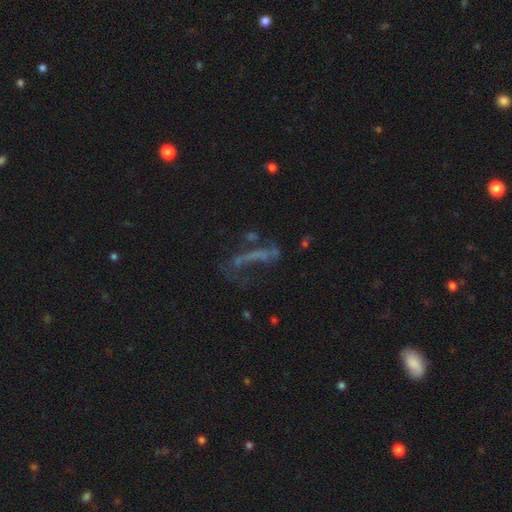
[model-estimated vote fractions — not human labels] Morphology: type=featured or disk (44%); merging=none (37%).